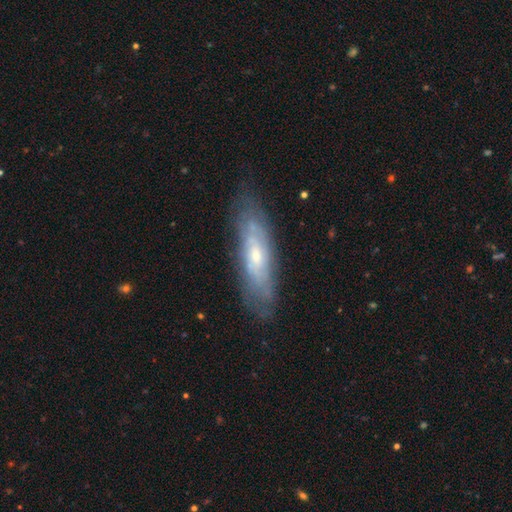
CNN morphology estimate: A featured or disk galaxy (66%).

Vote fractions:
- Smooth or featured? featured or disk: 66% / smooth: 27% / star or artifact: 7%
- Edge-on disk? no: 71% / yes: 29%
- Merging? none: 74% / minor disturbance: 18% / major disturbance: 6% / merger: 2%